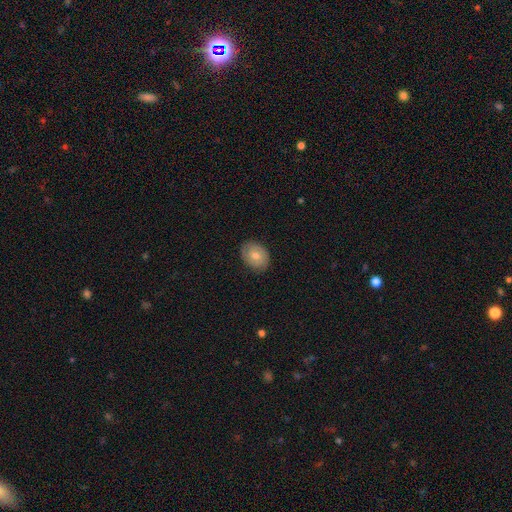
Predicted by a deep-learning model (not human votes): The model was most divided on "smooth or featured": smooth: 54%, featured or disk: 39%, star or artifact: 7%. More confident: merging — none (85%); how rounded — in between (66%).